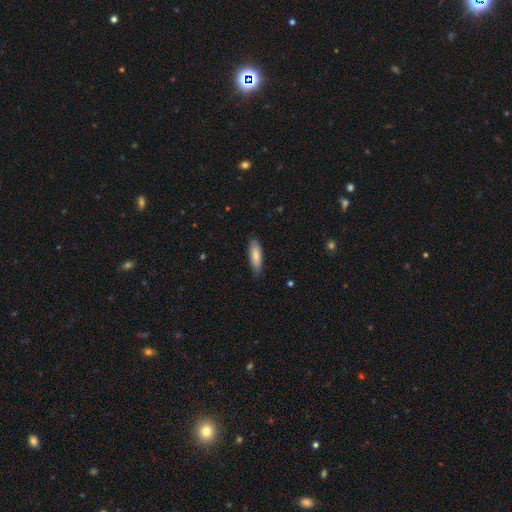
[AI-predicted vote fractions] Smooth or featured?
  - smooth: 81% *
  - featured or disk: 14%
  - star or artifact: 5%
How rounded?
  - in between: 50% *
  - cigar-shaped: 48%
  - round: 2%
Merging?
  - none: 82% *
  - minor disturbance: 15%
  - major disturbance: 2%
  - merger: 1%